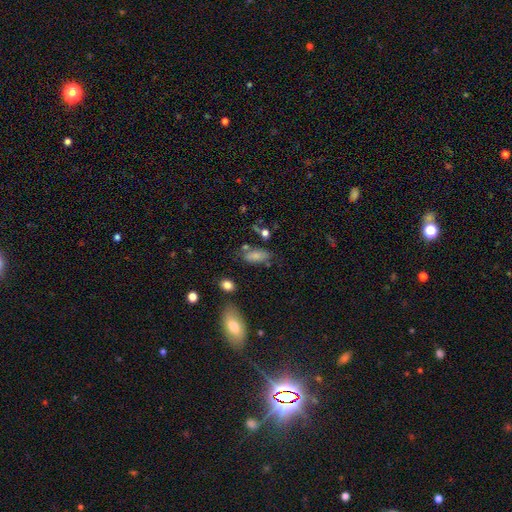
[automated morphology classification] Smooth or featured?
  - smooth: 77% *
  - featured or disk: 14%
  - star or artifact: 9%
How rounded?
  - in between: 89% *
  - cigar-shaped: 8%
  - round: 4%
Merging?
  - none: 61% *
  - minor disturbance: 22%
  - merger: 9%
  - major disturbance: 8%